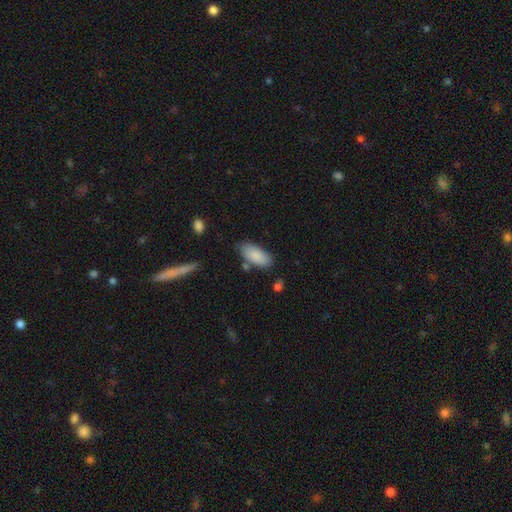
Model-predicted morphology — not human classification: This appears to be a smooth galaxy with no disk features (87%) that is in between round and cigar-shaped (89%). Merging: none (75%).